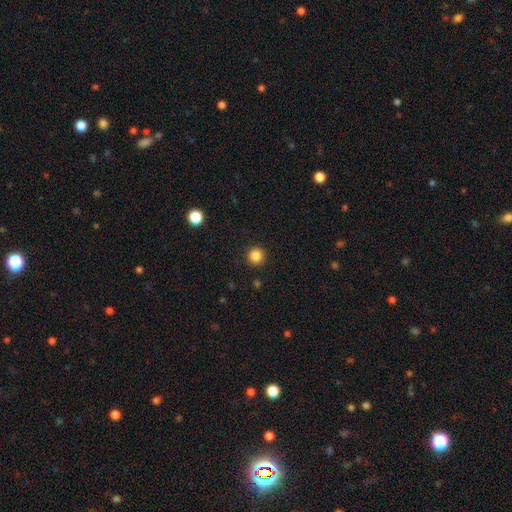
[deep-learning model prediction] A smooth galaxy with no disk features (85%) that is round (96%). Merging: none (92%).